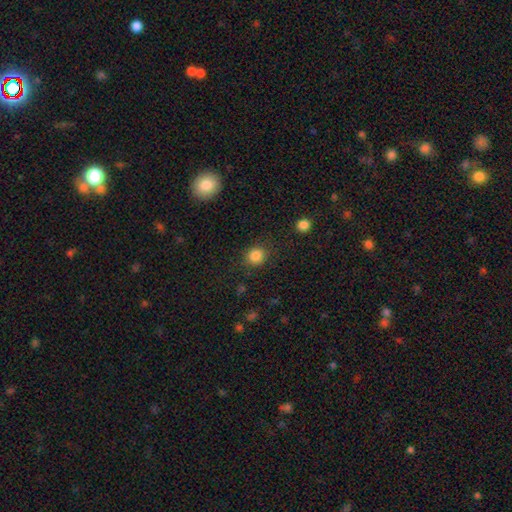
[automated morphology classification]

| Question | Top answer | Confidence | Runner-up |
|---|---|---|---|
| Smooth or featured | smooth | 85% | star or artifact (11%) |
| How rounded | round | 81% | in between (18%) |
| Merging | none | 86% | minor disturbance (9%) |